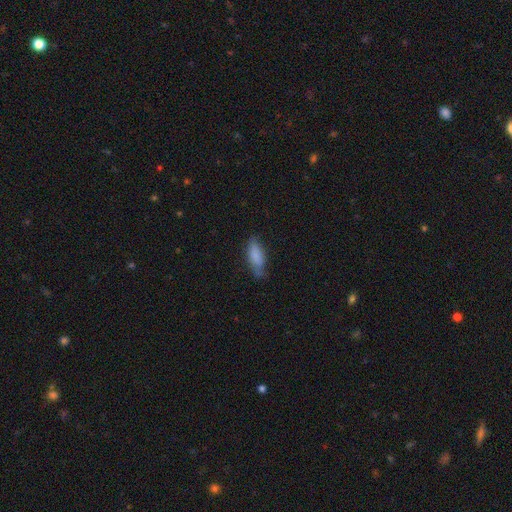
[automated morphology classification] Smooth or featured?
  - smooth: 82% *
  - featured or disk: 11%
  - star or artifact: 7%
How rounded?
  - in between: 70% *
  - cigar-shaped: 28%
  - round: 2%
Merging?
  - none: 64% *
  - minor disturbance: 27%
  - major disturbance: 6%
  - merger: 2%